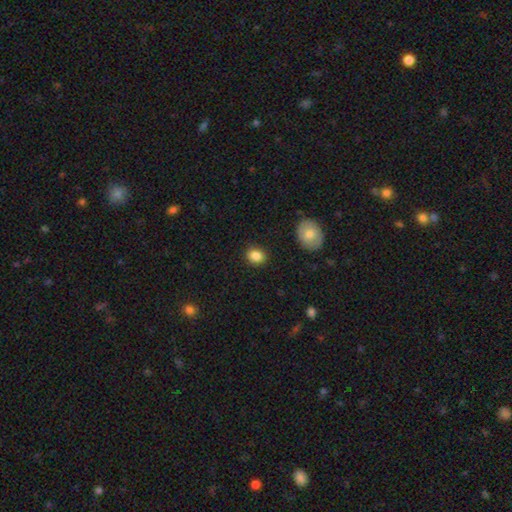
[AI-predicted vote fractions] Smooth or featured: smooth — 86% (star or artifact — 9%)
How rounded: round — 53% (in between — 46%)
Merging: none — 88% (minor disturbance — 8%)